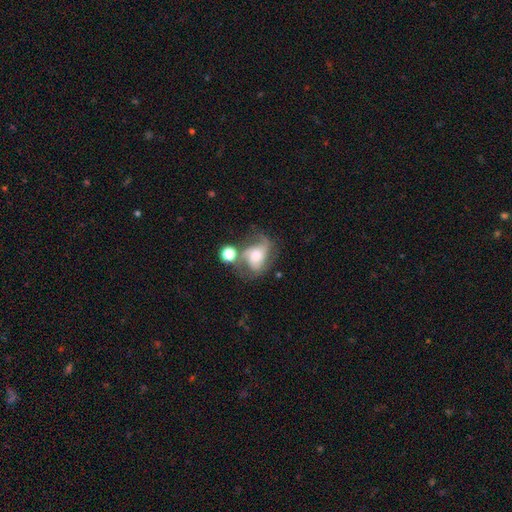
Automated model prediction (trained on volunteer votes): Smooth or featured? Predicted: featured or disk (p=0.59). Edge-on disk? Predicted: no (p=0.97). Bar? Predicted: no (p=0.68). Spiral arms? Predicted: yes (p=0.83). Bulge size? Predicted: large (p=0.34). Merging? Predicted: none (p=0.33).